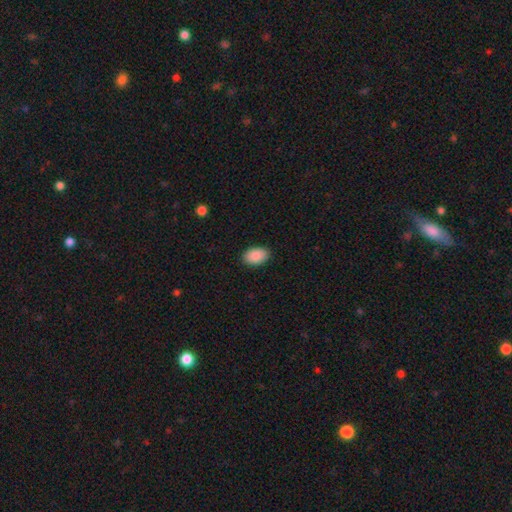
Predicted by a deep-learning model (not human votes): smooth-or-featured: smooth: 89% | star or artifact: 6% | featured or disk: 4%
  how-rounded: in between: 91% | round: 8% | cigar-shaped: 1%
  merging: none: 89% | minor disturbance: 8% | major disturbance: 2% | merger: 1%